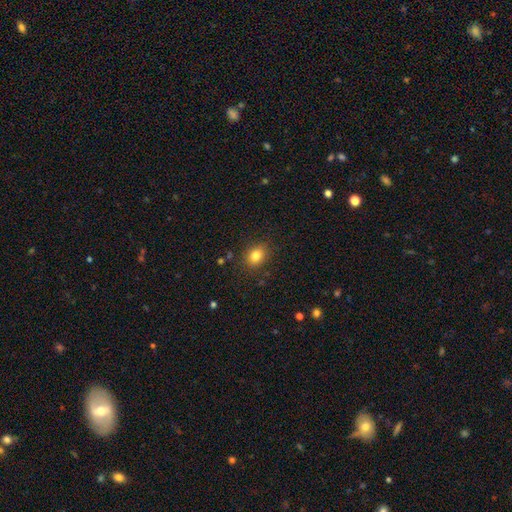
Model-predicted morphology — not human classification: This is clearly a smooth galaxy (82%). How rounded: possibly round (52%). Merging: clearly none (86%).